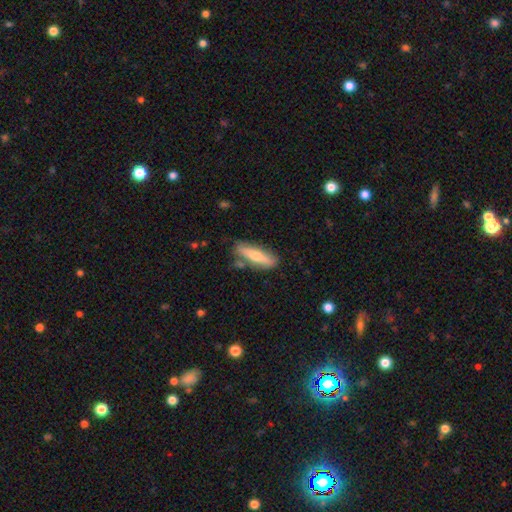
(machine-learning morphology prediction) A smooth galaxy with no disk features (57%) that is cigar-shaped (63%). Merging: none (75%).